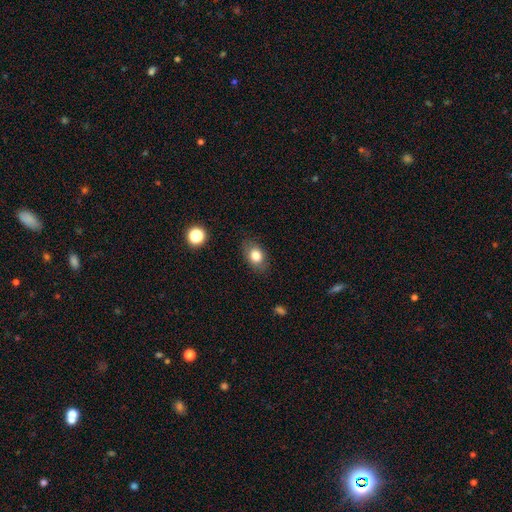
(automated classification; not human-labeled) A smooth galaxy with no disk features (80%) that is in between round and cigar-shaped (74%).

Vote fractions:
- Smooth or featured? smooth: 80% / featured or disk: 11% / star or artifact: 9%
- How rounded? in between: 74% / round: 25% / cigar-shaped: 2%
- Merging? none: 82% / minor disturbance: 13% / major disturbance: 4% / merger: 1%